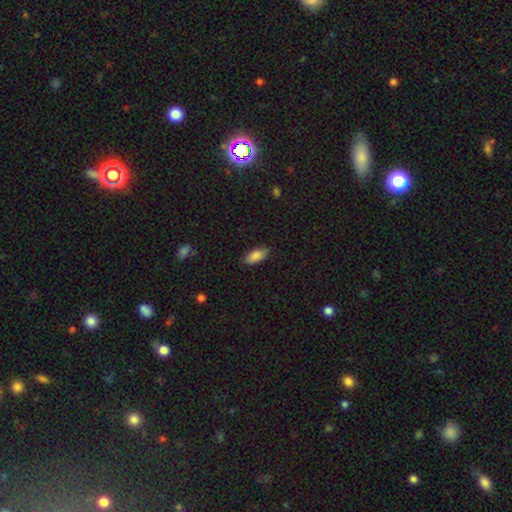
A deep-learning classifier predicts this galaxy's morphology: A smooth galaxy with no disk features (86%) that is in between round and cigar-shaped (87%).

Vote fractions:
- Smooth or featured? smooth: 86% / featured or disk: 7% / star or artifact: 7%
- How rounded? in between: 87% / cigar-shaped: 11% / round: 2%
- Merging? none: 85% / minor disturbance: 11% / major disturbance: 2% / merger: 1%